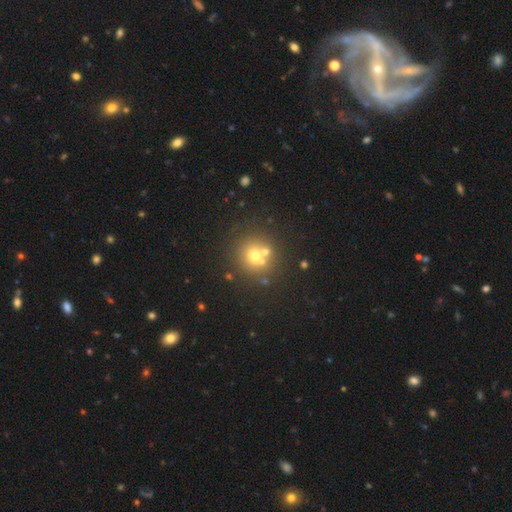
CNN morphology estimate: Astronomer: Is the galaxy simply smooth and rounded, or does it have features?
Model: smooth — 62%.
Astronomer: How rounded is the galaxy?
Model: round — 87%.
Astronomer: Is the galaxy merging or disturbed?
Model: none — 60%.